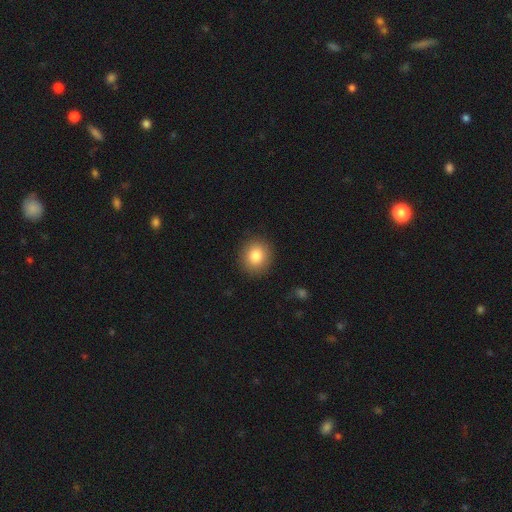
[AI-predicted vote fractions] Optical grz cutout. It shows a smooth galaxy with no disk features (83%) that is round (87%). Merging: none (90%).